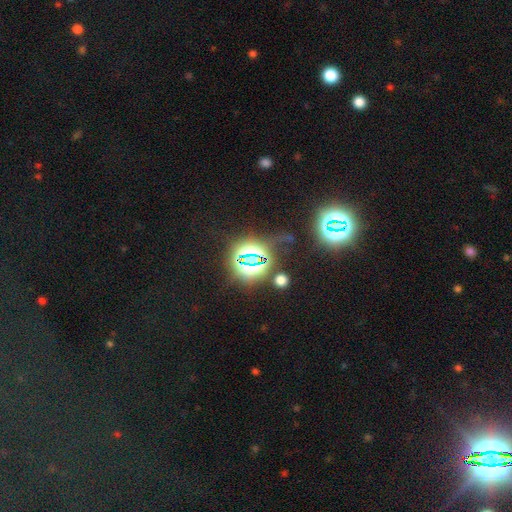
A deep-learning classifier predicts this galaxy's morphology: This is likely a star or artifact rather than a galaxy (76%).